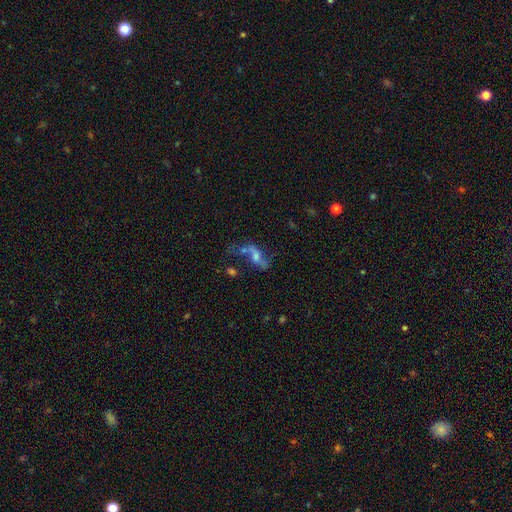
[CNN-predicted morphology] This is likely a featured or disk galaxy (61%). It is clearly not viewed edge-on (84%). Bar: possibly no (52%). Spiral arm pattern: likely yes (69%). Central bulge: marginally moderate (38%). Merging: marginally none (36%).